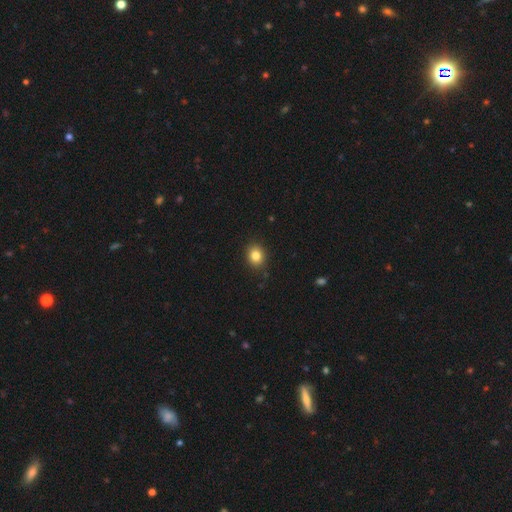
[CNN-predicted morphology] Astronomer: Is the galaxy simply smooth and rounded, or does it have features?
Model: smooth — 83%.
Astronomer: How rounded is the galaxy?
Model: round — 61% (runner-up: in between, 38%).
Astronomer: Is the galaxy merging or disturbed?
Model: none — 88%.